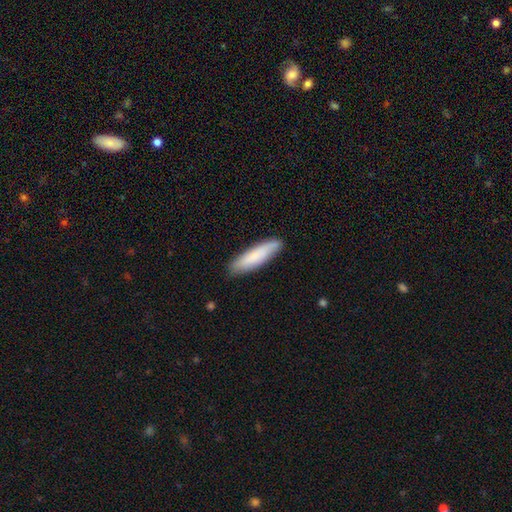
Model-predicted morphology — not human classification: smooth 77%, featured or disk 18%, star or artifact 6%. Down the decision tree: how rounded — cigar-shaped (71%); merging — none (82%).